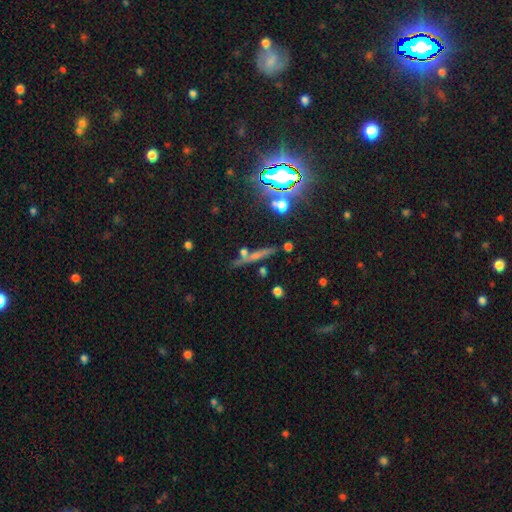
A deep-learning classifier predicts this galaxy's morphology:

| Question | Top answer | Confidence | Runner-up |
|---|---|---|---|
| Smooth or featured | featured or disk | 41% | smooth (33%) |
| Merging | none | 76% | minor disturbance (11%) |